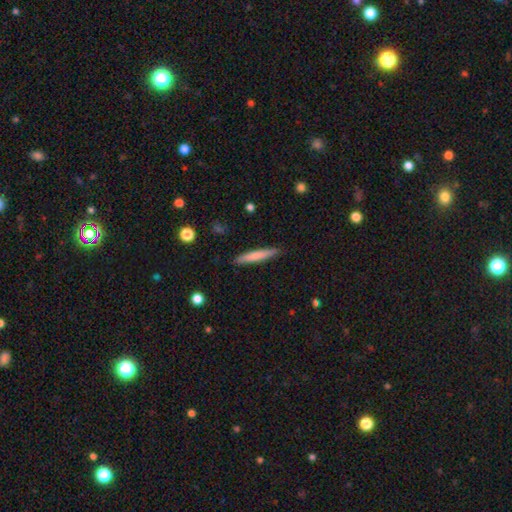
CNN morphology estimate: Smooth or featured? smooth (72%)
How rounded? cigar-shaped (94%)
Merging? none (88%)